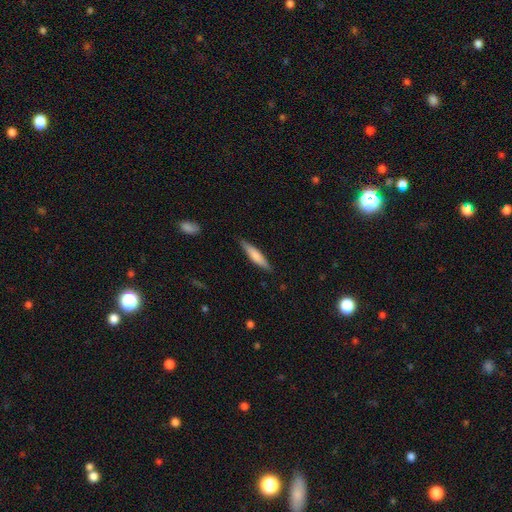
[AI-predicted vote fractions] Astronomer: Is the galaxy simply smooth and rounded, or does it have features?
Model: smooth — 69%.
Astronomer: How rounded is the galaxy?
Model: cigar-shaped — 84%.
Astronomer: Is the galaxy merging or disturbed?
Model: none — 86%.